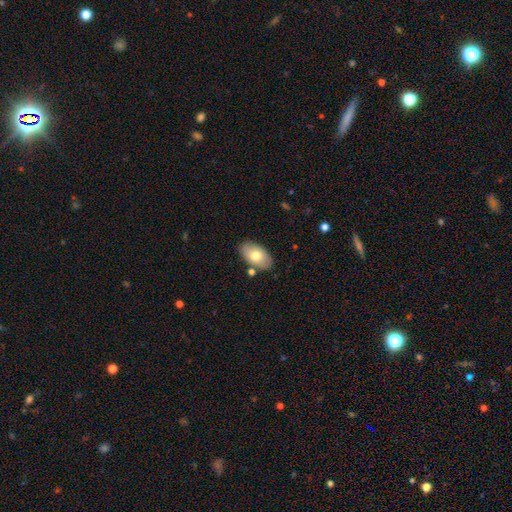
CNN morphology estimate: Smooth or featured?
  - smooth: 73% *
  - featured or disk: 21%
  - star or artifact: 6%
How rounded?
  - in between: 93% *
  - round: 5%
  - cigar-shaped: 1%
Merging?
  - none: 80% *
  - minor disturbance: 12%
  - merger: 5%
  - major disturbance: 3%